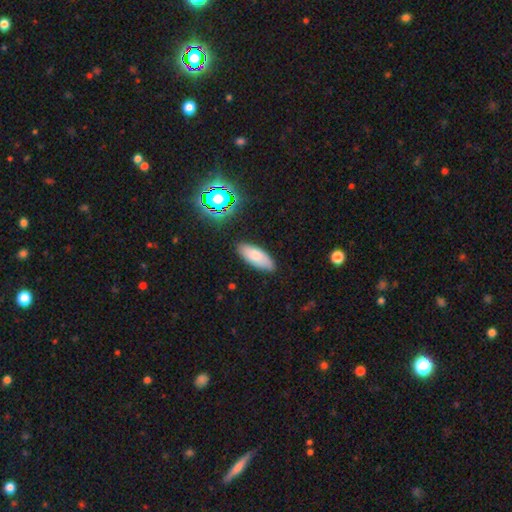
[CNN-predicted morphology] Overall: smooth (76%). How rounded: in between (80%). Merging: none (86%).